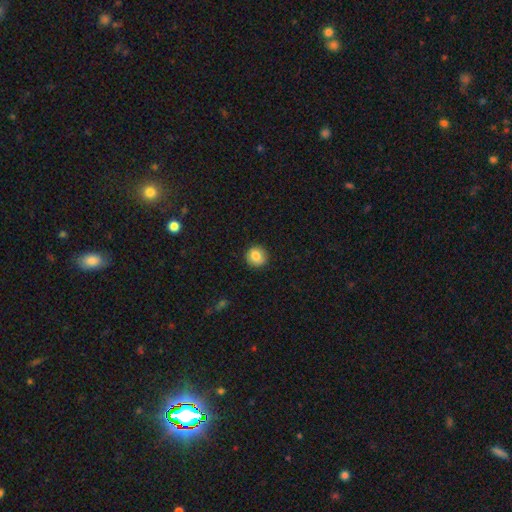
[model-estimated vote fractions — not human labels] Overall: smooth (84%). How rounded: round (92%). Merging: none (89%).